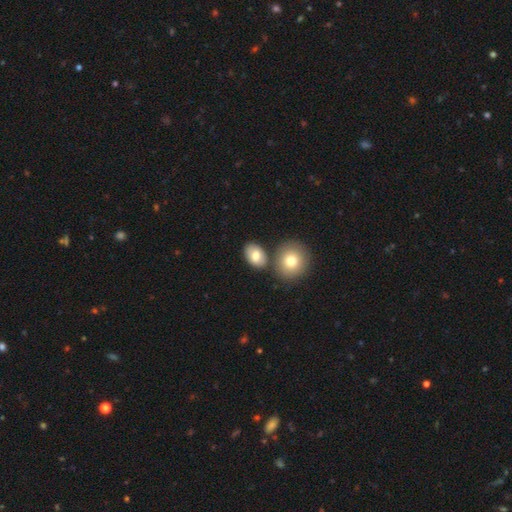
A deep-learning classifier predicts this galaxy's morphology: Smooth or featured: smooth — 76% (featured or disk — 16%)
How rounded: in between — 78% (round — 20%)
Merging: none — 70% (merger — 15%)